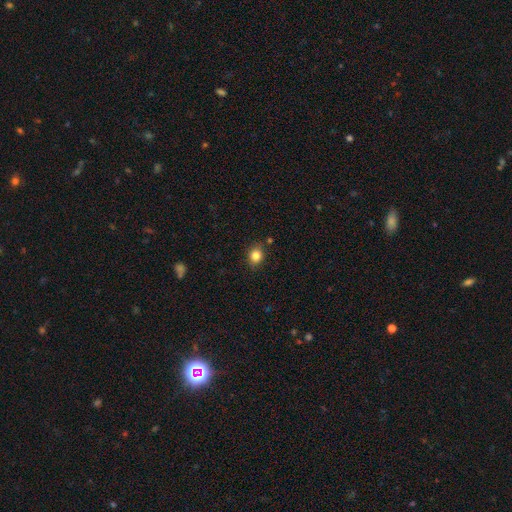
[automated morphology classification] Overall: smooth (84%). How rounded: round (65%; in between 34%). Merging: none (82%).